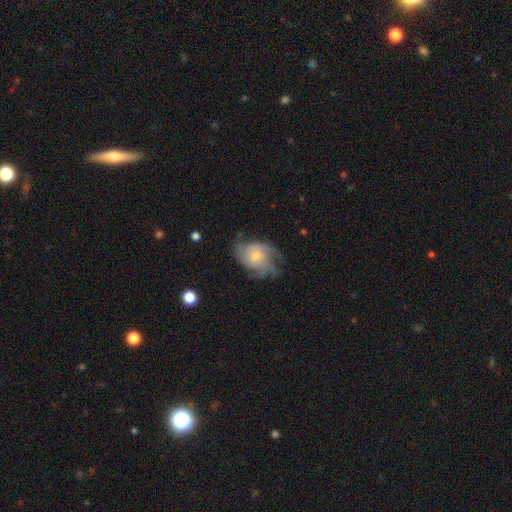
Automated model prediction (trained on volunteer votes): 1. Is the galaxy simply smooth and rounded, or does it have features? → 76% featured or disk, 17% smooth, 7% star or artifact.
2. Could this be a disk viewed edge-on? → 97% no, 3% yes.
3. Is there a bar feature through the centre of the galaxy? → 69% no, 27% weak, 3% strong.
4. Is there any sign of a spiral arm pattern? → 92% yes, 8% no.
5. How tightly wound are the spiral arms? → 43% tight, 41% medium, 16% loose.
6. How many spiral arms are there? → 31% can't tell, 23% 3, 21% 4, 12% 2, 7% more than 4, 6% 1.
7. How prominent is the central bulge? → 48% moderate, 46% small, 3% large, 2% none, 1% dominant.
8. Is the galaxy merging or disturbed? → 56% none, 25% minor disturbance, 17% major disturbance, 2% merger.